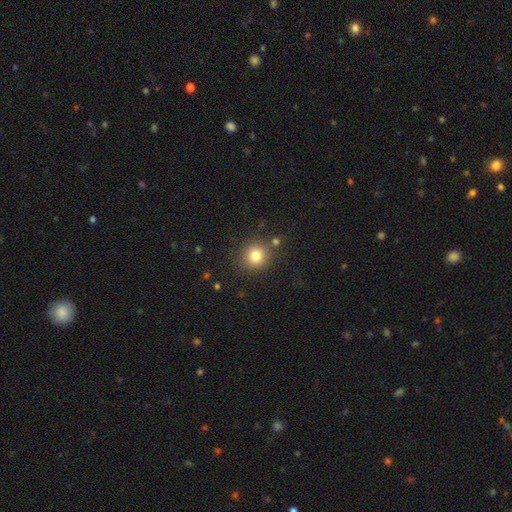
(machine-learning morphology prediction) This appears to be a smooth galaxy with no disk features (80%) that is round (86%). Merging: none (82%).